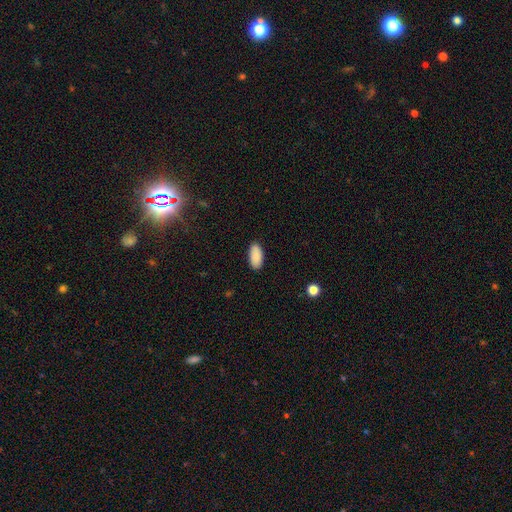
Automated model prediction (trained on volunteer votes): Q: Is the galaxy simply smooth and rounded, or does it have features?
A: smooth — 91%.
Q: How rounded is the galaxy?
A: in between — 93%.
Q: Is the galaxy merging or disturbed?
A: none — 88%.